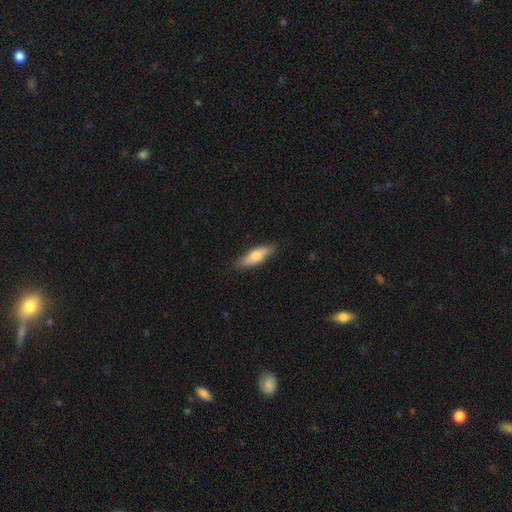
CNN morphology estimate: smooth_or_featured: smooth (p=0.65) [alt: featured or disk p=0.29]
how_rounded: cigar-shaped (p=0.53) [alt: in between p=0.45]
merging: none (p=0.85) [alt: minor disturbance p=0.12]